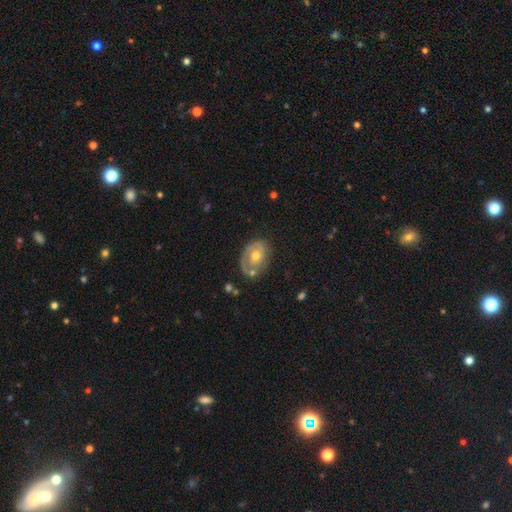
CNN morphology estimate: smooth-or-featured: featured or disk: 63% | smooth: 30% | star or artifact: 7%
  disk-edge-on: no: 95% | yes: 5%
    bar: no: 79% | weak: 17% | strong: 3%
    has-spiral-arms: yes: 60% | no: 40%
    bulge-size: moderate: 72% | small: 19% | large: 6% | none: 1% | dominant: 1%
  merging: none: 59% | minor disturbance: 23% | major disturbance: 12% | merger: 6%